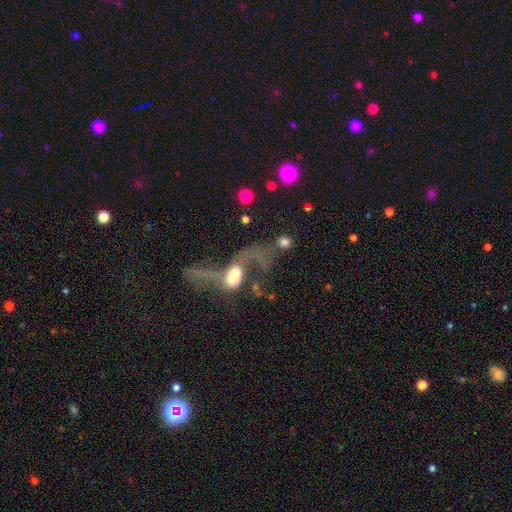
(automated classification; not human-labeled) Overall: featured or disk (54%; smooth 28%). Edge-on disk: no (84%). Merging: major disturbance (42%; merger 33%).